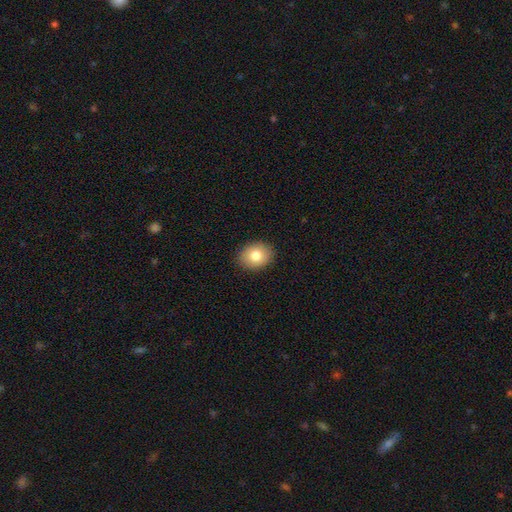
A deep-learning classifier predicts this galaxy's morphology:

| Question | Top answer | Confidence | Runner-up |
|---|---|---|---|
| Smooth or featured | smooth | 79% | featured or disk (12%) |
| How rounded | in between | 51% | round (48%) |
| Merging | none | 89% | minor disturbance (8%) |